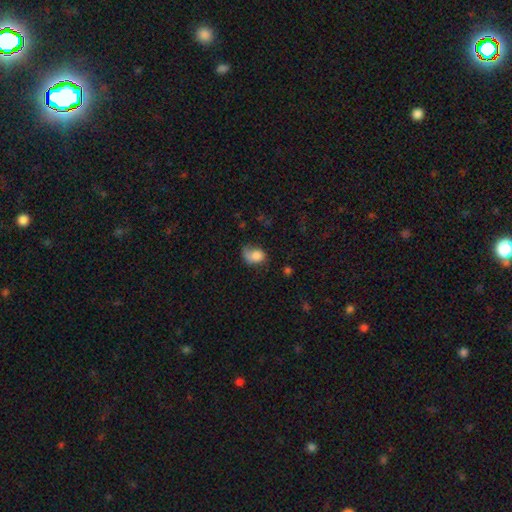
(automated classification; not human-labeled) This is likely a smooth galaxy (71%). How rounded: likely in between (64%). Merging: marginally none (35%).